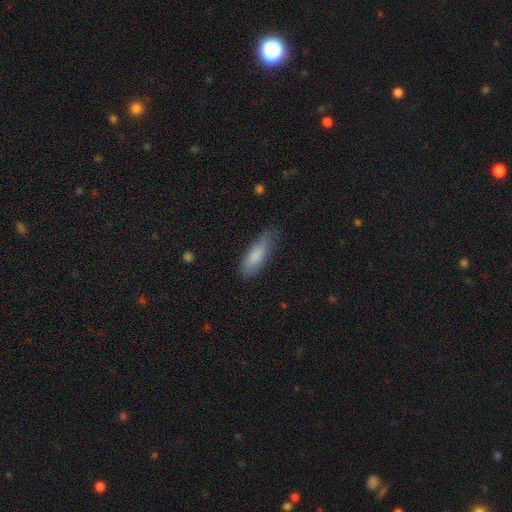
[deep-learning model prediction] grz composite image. It shows a smooth galaxy with no disk features (83%) that is in between round and cigar-shaped (56%). Merging: none (64%).